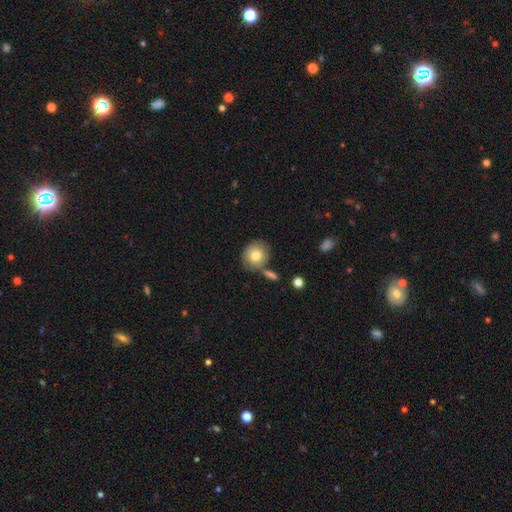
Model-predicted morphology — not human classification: This is likely a smooth galaxy (76%). How rounded: clearly round (83%). Merging: likely none (65%).